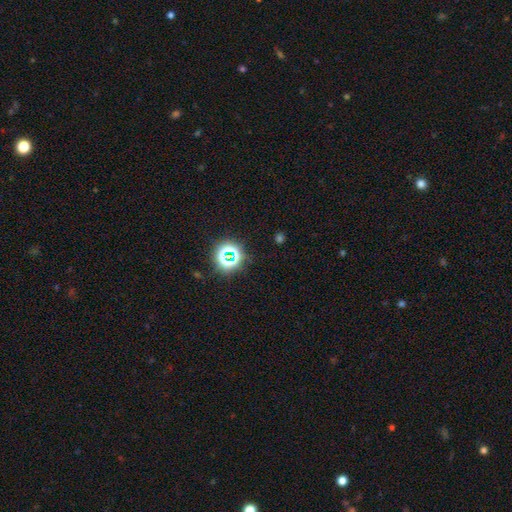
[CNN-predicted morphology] Smooth or featured? star or artifact (74%)